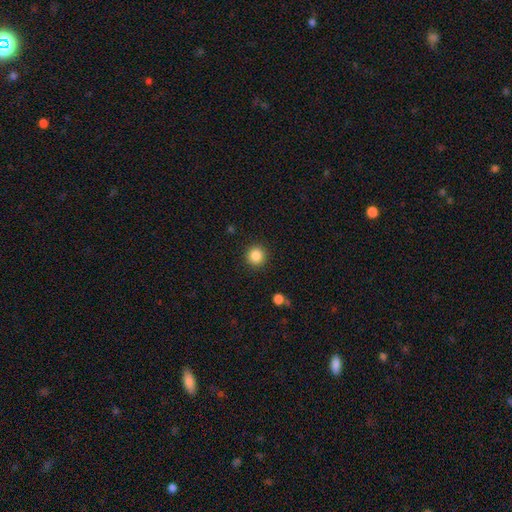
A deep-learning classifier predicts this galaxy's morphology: This is clearly a smooth galaxy (86%). How rounded: clearly round (94%). Merging: clearly none (91%).